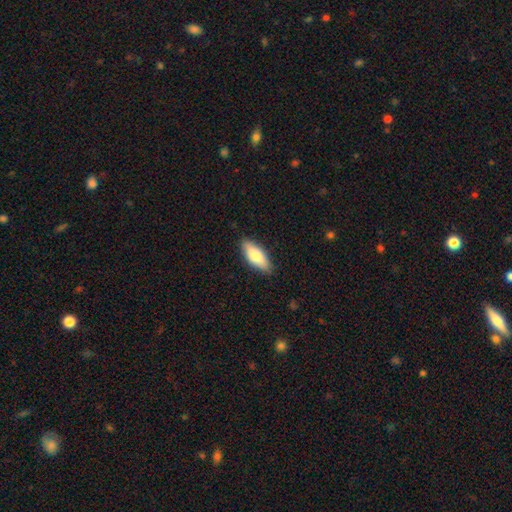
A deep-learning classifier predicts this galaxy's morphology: This is likely a smooth galaxy (79%). How rounded: likely in between (77%). Merging: clearly none (85%).